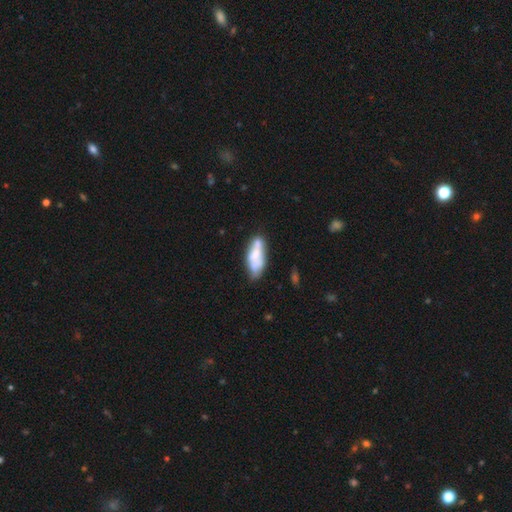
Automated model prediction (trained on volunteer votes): A smooth galaxy with no disk features (57%) that is in between round and cigar-shaped (73%).

Vote fractions:
- Smooth or featured? smooth: 57% / featured or disk: 36% / star or artifact: 7%
- How rounded? in between: 73% / cigar-shaped: 25% / round: 2%
- Merging? none: 43% / minor disturbance: 25% / merger: 21% / major disturbance: 11%